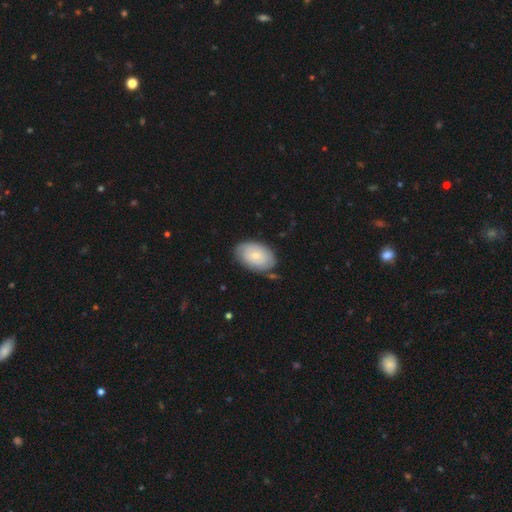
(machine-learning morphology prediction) Smooth or featured: smooth — 61% (featured or disk — 33%)
How rounded: in between — 90% (round — 8%)
Merging: none — 73% (minor disturbance — 19%)